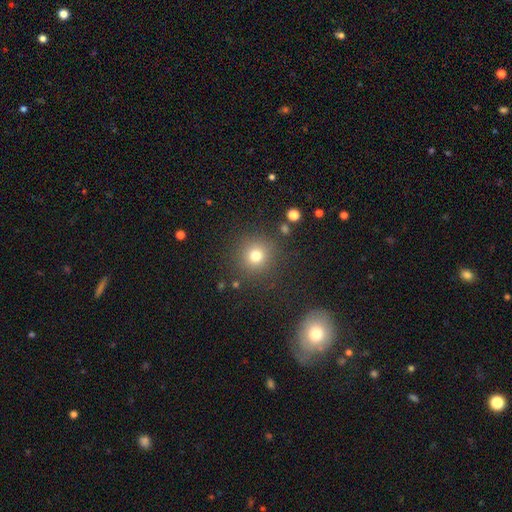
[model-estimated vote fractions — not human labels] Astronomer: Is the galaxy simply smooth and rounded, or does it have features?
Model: smooth — 77%.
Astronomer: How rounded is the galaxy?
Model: round — 93%.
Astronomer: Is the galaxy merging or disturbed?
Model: none — 87%.